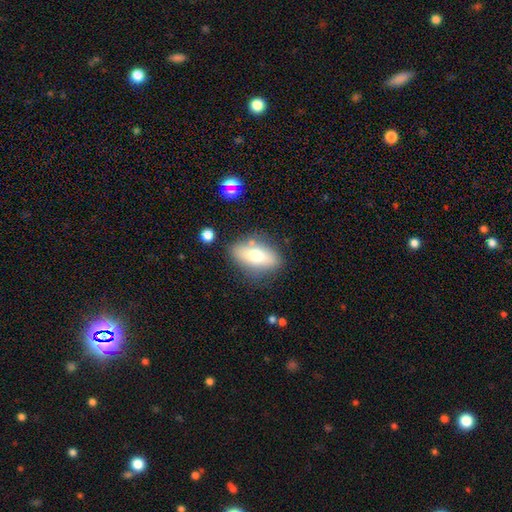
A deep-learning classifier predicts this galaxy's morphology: Smooth or featured? Predicted: smooth (p=0.64). How rounded? Predicted: in between (p=0.80). Merging? Predicted: none (p=0.75).